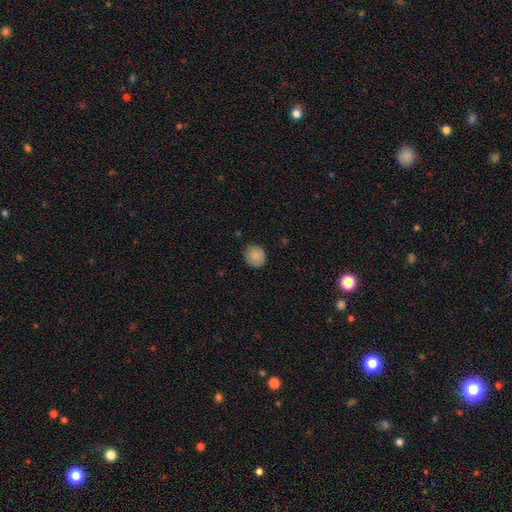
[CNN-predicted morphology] type=smooth (86%); roundness=round (85%); merging=none (83%).